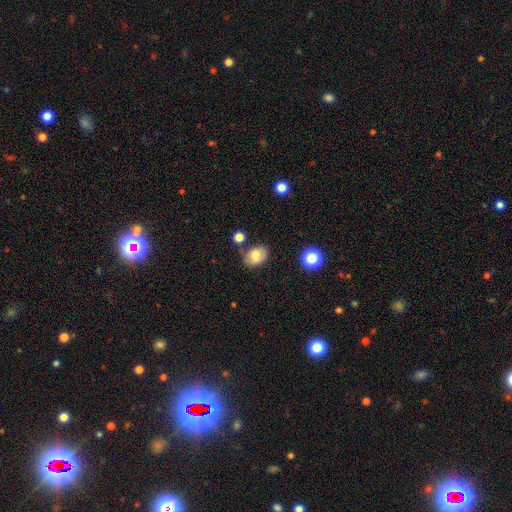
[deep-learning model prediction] smooth 75%, featured or disk 15%, star or artifact 10%. Down the decision tree: how rounded — in between (71%); merging — none (69%).